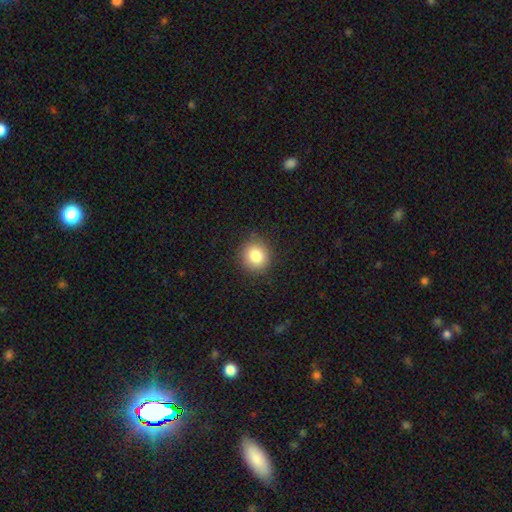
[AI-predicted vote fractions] Smooth or featured?
  - smooth: 84% *
  - star or artifact: 10%
  - featured or disk: 6%
How rounded?
  - round: 87% *
  - in between: 12%
  - cigar-shaped: 1%
Merging?
  - none: 87% *
  - minor disturbance: 9%
  - major disturbance: 3%
  - merger: 1%